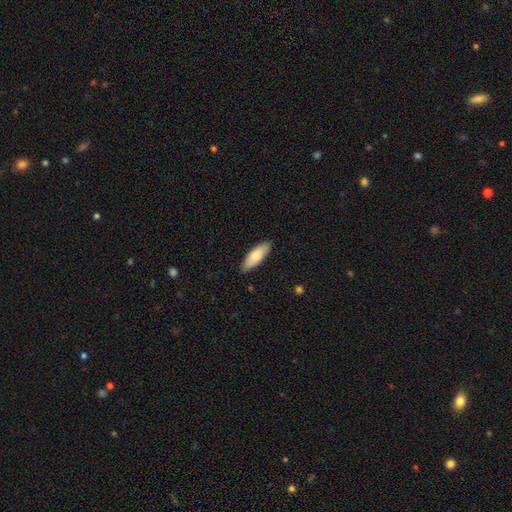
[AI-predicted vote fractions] A smooth galaxy with no disk features (79%) that is in between round and cigar-shaped (65%). Merging: none (87%).